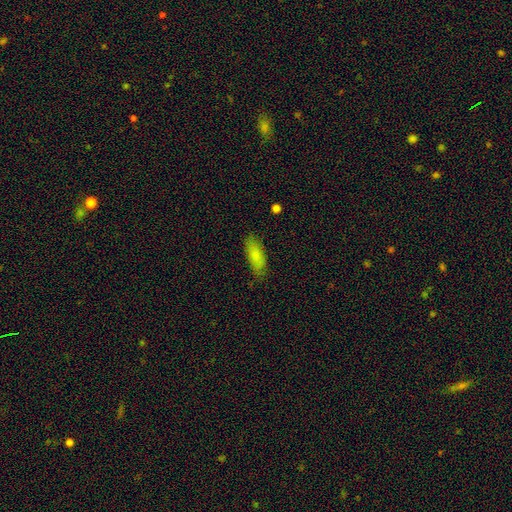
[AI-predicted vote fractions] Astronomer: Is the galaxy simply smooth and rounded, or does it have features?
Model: smooth — 82%.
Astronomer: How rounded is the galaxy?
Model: in between — 72%.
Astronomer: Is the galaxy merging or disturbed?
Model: none — 79%.